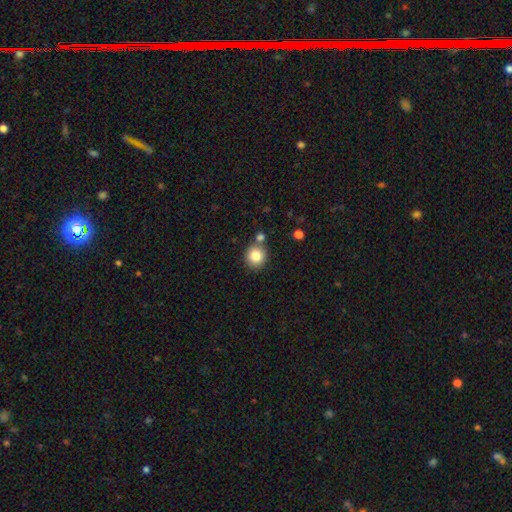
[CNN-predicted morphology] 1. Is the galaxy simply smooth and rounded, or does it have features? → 82% smooth, 10% star or artifact, 7% featured or disk.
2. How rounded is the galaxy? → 90% round, 9% in between, 1% cigar-shaped.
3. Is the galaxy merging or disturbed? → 75% none, 14% merger, 9% minor disturbance, 3% major disturbance.